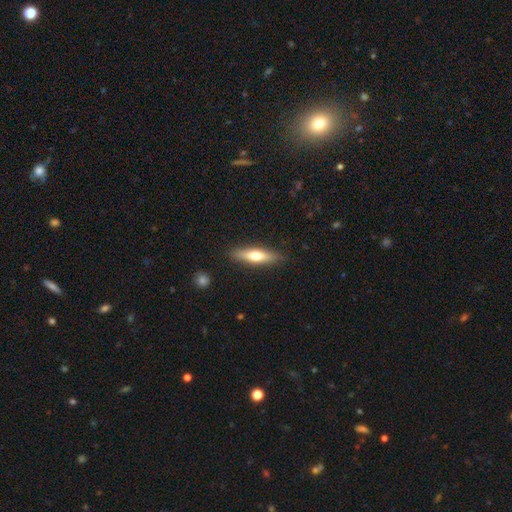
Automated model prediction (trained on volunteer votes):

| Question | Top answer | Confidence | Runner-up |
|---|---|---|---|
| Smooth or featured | smooth | 58% | featured or disk (36%) |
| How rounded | cigar-shaped | 74% | in between (25%) |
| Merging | none | 87% | minor disturbance (10%) |